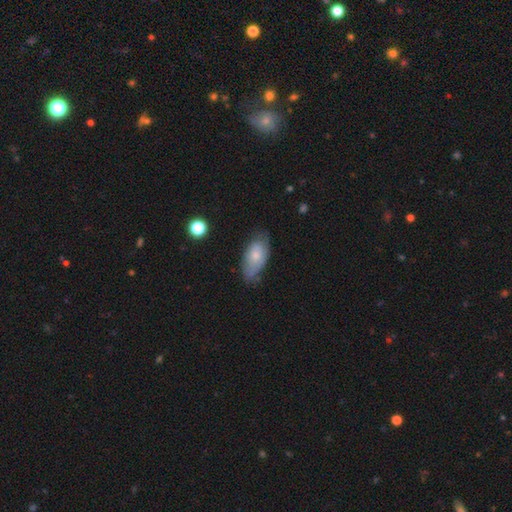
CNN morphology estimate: type=smooth (67%); roundness=in between (92%); merging=none (60%).